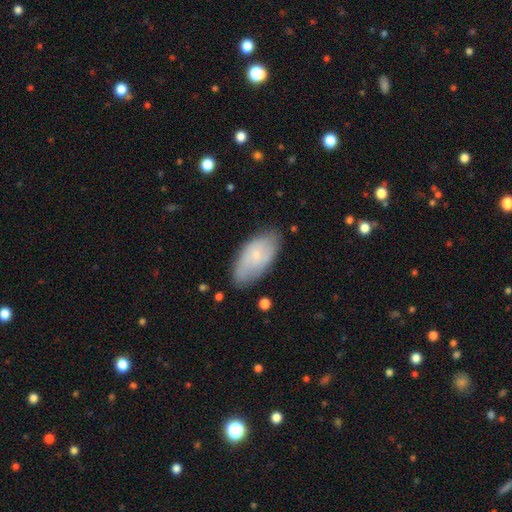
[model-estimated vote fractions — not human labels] Smooth or featured? Predicted: smooth (p=0.63). How rounded? Predicted: in between (p=0.93). Merging? Predicted: none (p=0.74).